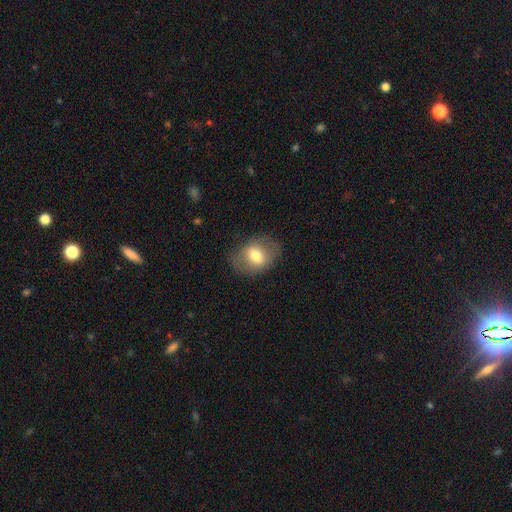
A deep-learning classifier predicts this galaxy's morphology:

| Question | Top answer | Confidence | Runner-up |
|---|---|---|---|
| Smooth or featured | smooth | 64% | featured or disk (28%) |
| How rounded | in between | 65% | round (34%) |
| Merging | none | 78% | minor disturbance (15%) |